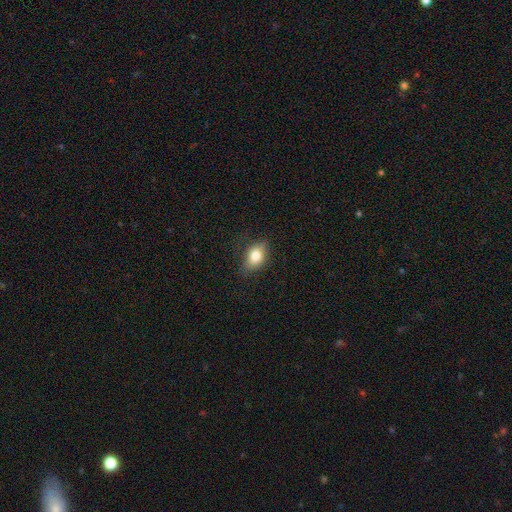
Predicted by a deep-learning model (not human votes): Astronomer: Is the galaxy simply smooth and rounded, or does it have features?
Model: smooth — 76%.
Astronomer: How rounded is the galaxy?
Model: in between — 78%.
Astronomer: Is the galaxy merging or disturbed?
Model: none — 73%.